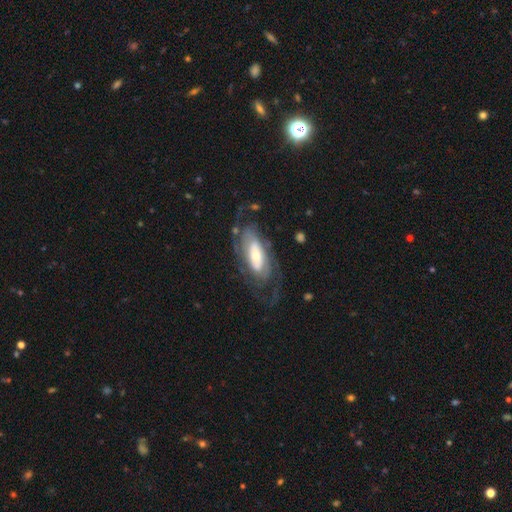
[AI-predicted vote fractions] Q: Smooth or featured?
A: featured or disk (81%); runner-up: smooth (14%)
Q: Edge-on disk?
A: no (91%); runner-up: yes (9%)
Q: Bar?
A: no (52%); runner-up: weak (29%)
Q: Spiral arms?
A: yes (90%); runner-up: no (10%)
Q: Spiral winding?
A: tight (48%); runner-up: medium (35%)
Q: Spiral arm count?
A: 2 (44%); runner-up: can't tell (32%)
Q: Bulge size?
A: moderate (52%); runner-up: small (31%)
Q: Merging?
A: none (63%); runner-up: major disturbance (18%)